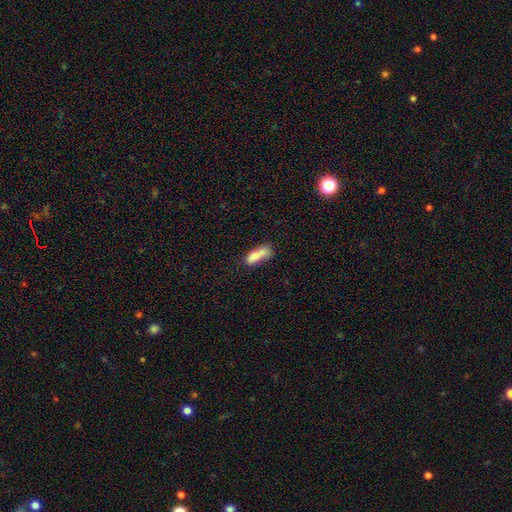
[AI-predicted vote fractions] Smooth or featured?
  - smooth: 78% *
  - featured or disk: 14%
  - star or artifact: 9%
How rounded?
  - in between: 64% *
  - cigar-shaped: 33%
  - round: 3%
Merging?
  - none: 38% *
  - merger: 30%
  - minor disturbance: 21%
  - major disturbance: 11%